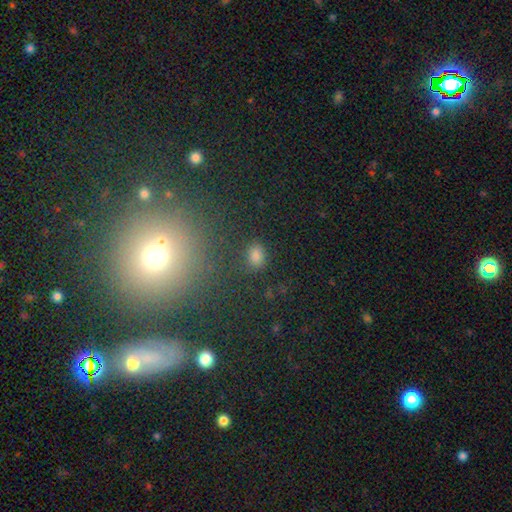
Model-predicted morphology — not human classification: Smooth or featured? Predicted: smooth (p=0.67). How rounded? Predicted: round (p=0.54). Merging? Predicted: none (p=0.82).